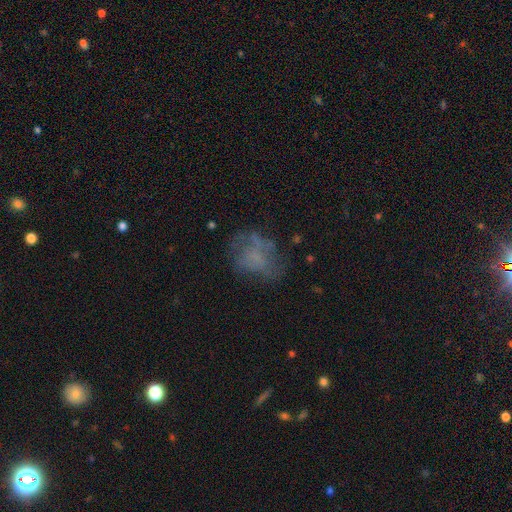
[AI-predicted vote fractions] smooth-or-featured: smooth: 44% | featured or disk: 39% | star or artifact: 17%
  merging: none: 49% | major disturbance: 26% | minor disturbance: 22% | merger: 3%